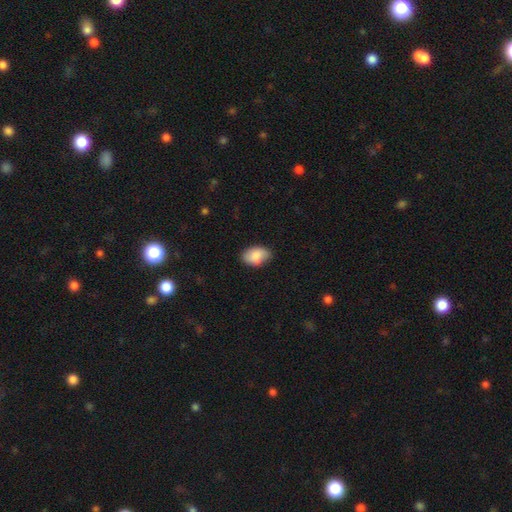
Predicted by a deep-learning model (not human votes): This appears to be a smooth galaxy with no disk features (86%) that is in between round and cigar-shaped (89%). Merging: none (77%).